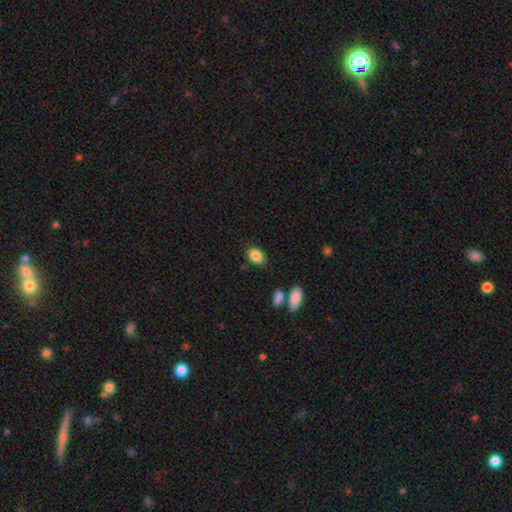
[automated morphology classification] A smooth galaxy with no disk features (86%) that is in between round and cigar-shaped (78%). Merging: none (82%).